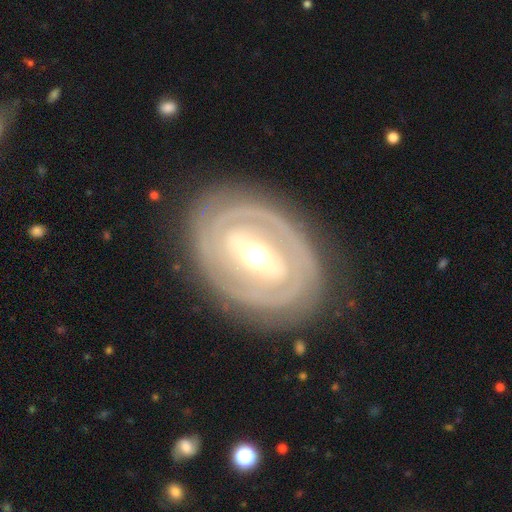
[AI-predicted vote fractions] A featured or disk galaxy (85%) with a strong bar (45%), 2 (46%) tight (78%) spiral arms (78%) and a moderate central bulge (66%). Merging: none (82%).